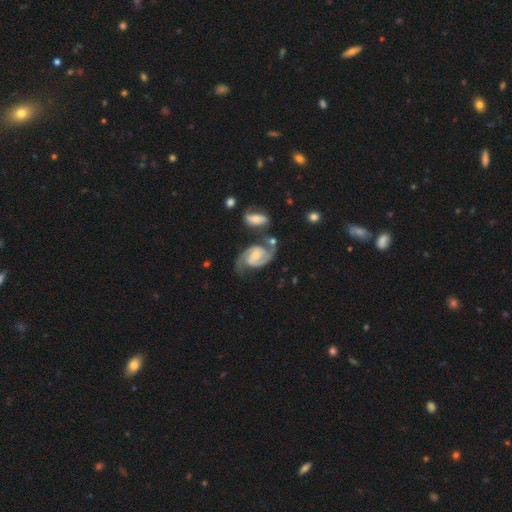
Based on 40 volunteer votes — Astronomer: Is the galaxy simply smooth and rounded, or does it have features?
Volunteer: featured or disk — 92%.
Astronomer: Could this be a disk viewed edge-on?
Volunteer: no — 100%.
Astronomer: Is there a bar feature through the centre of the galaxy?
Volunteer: weak — 46% (runner-up: no, 35%).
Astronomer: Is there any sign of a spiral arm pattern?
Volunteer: yes — 100%.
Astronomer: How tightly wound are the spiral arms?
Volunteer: medium — 65%.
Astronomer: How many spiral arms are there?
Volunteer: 2 — 100%.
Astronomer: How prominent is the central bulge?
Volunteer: small — 70%.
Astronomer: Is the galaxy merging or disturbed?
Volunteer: none — 62%.